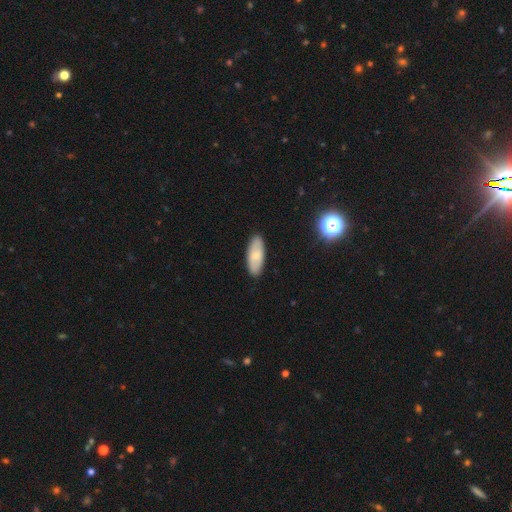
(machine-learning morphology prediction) type=smooth (73%); roundness=in between (80%); merging=none (88%).